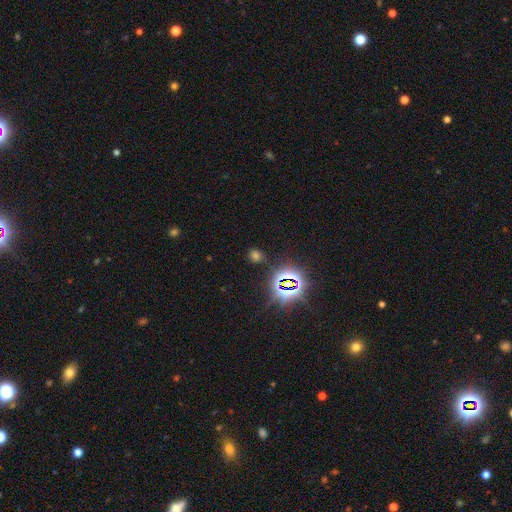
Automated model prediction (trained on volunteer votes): This is possibly a smooth galaxy (49%). Merging: clearly none (82%).